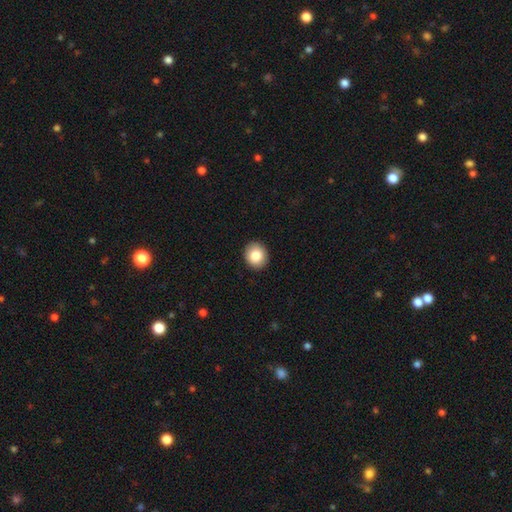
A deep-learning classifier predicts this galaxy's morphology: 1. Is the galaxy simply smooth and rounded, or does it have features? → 84% smooth, 8% star or artifact, 8% featured or disk.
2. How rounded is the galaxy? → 73% round, 26% in between, 1% cigar-shaped.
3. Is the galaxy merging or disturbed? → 91% none, 6% minor disturbance, 2% major disturbance, 1% merger.